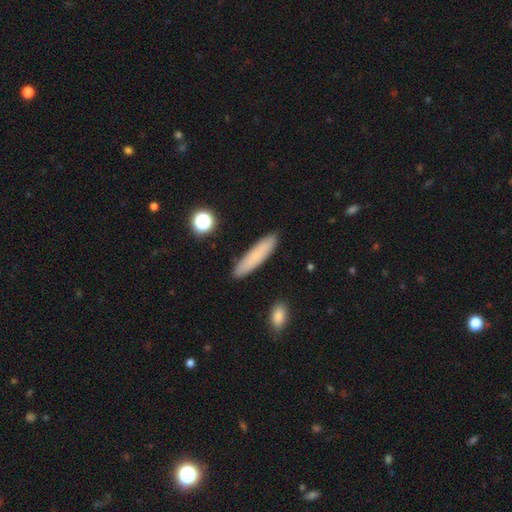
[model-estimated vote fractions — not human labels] smooth 78%, featured or disk 14%, star or artifact 8%. Down the decision tree: how rounded — cigar-shaped (80%); merging — none (89%).